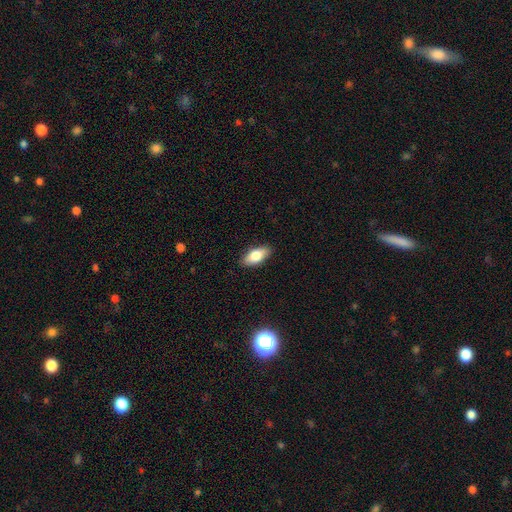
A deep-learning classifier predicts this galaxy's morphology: This appears to be a smooth galaxy with no disk features (78%) that is in between round and cigar-shaped (86%). Merging: none (88%).